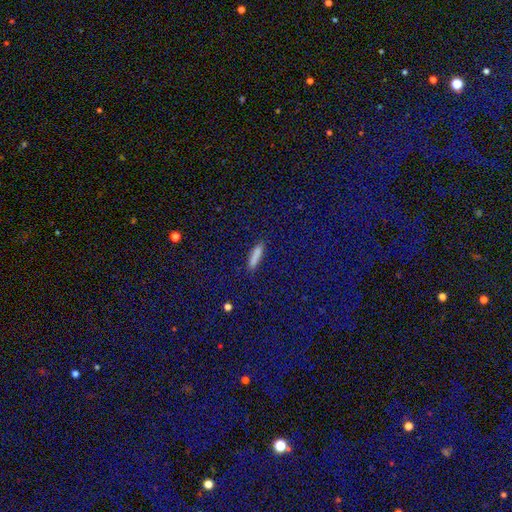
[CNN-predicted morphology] type=smooth (81%); roundness=cigar-shaped (84%); merging=none (88%).